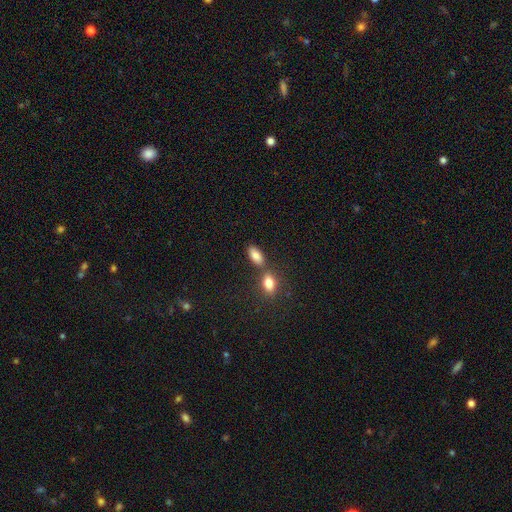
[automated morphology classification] Smooth or featured: smooth — 82% (star or artifact — 9%)
How rounded: in between — 88% (cigar-shaped — 7%)
Merging: none — 62% (merger — 22%)